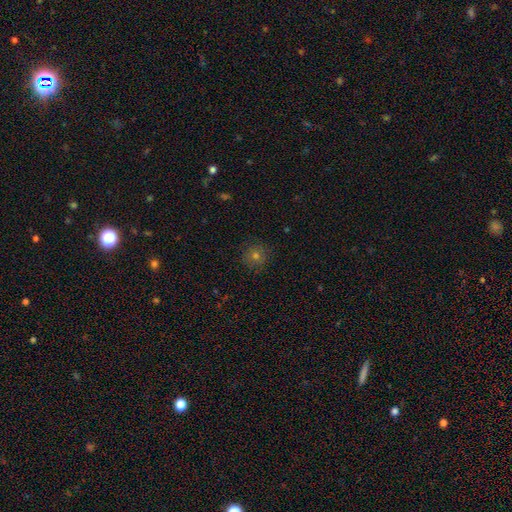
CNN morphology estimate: A smooth galaxy with no disk features (67%) that is round (93%). Merging: none (89%).